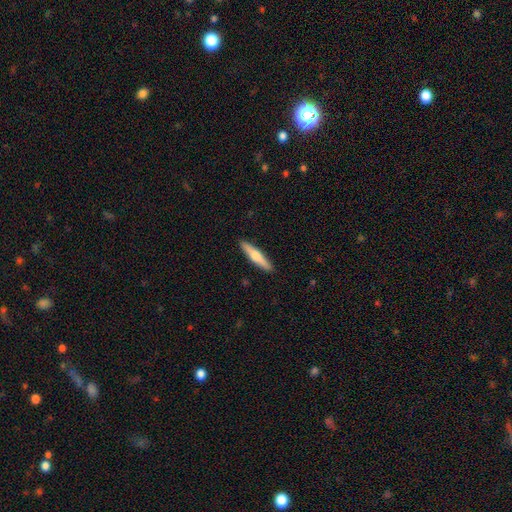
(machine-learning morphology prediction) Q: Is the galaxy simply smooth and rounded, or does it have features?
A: smooth — 49%.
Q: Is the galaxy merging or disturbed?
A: none — 92%.